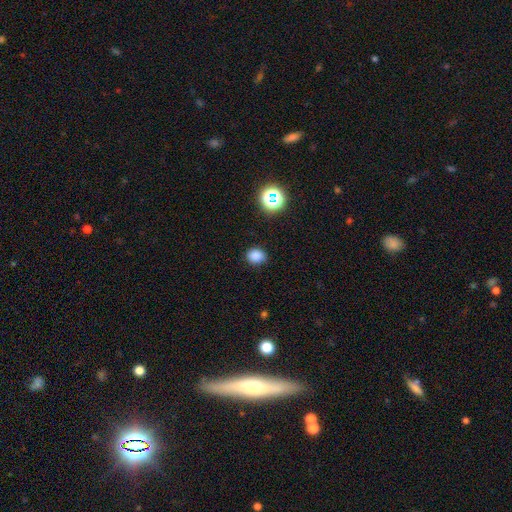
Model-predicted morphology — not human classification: Smooth or featured? Predicted: smooth (p=0.82). How rounded? Predicted: round (p=0.56). Merging? Predicted: none (p=0.84).